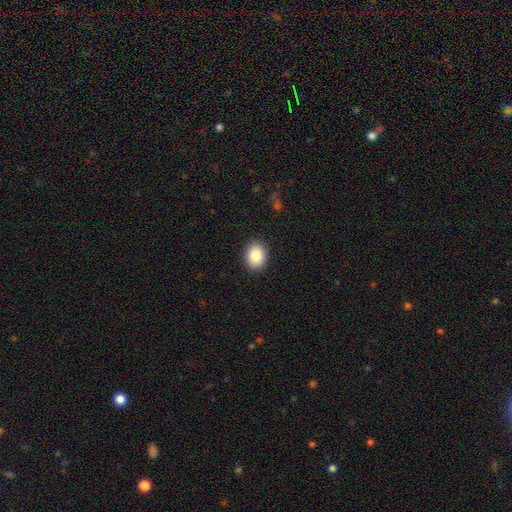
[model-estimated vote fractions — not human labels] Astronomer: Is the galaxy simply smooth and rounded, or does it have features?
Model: smooth — 88%.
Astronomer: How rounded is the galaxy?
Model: in between — 63%.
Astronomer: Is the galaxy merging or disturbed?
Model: none — 90%.